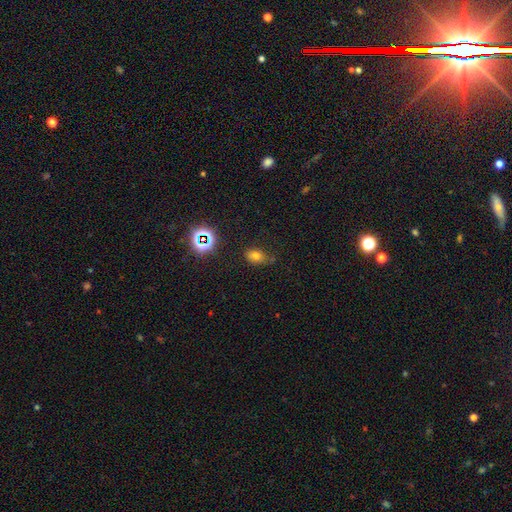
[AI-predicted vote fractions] This is likely a smooth galaxy (67%). How rounded: likely in between (73%). Merging: likely none (65%).